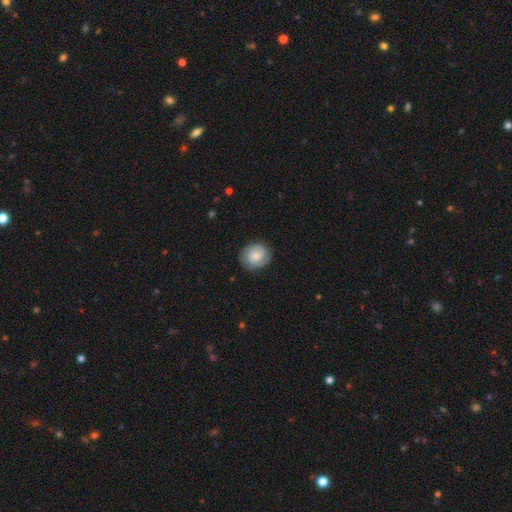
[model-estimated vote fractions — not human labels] Smooth or featured?
  - smooth: 59% *
  - featured or disk: 34%
  - star or artifact: 7%
How rounded?
  - round: 74% *
  - in between: 25%
  - cigar-shaped: 1%
Merging?
  - none: 83% *
  - minor disturbance: 13%
  - major disturbance: 4%
  - merger: 1%